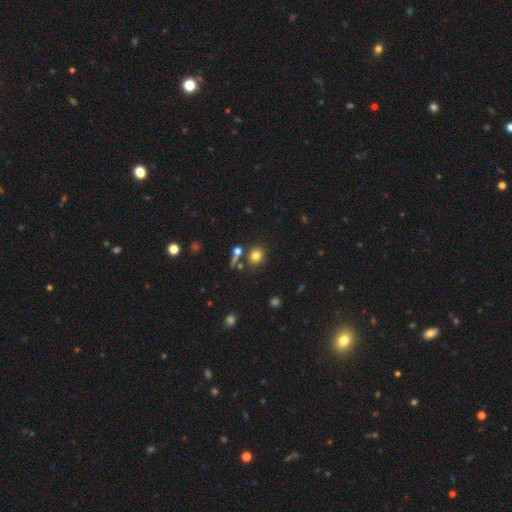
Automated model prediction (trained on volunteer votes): Morphology: type=smooth (78%); roundness=round (84%); merging=none (75%).